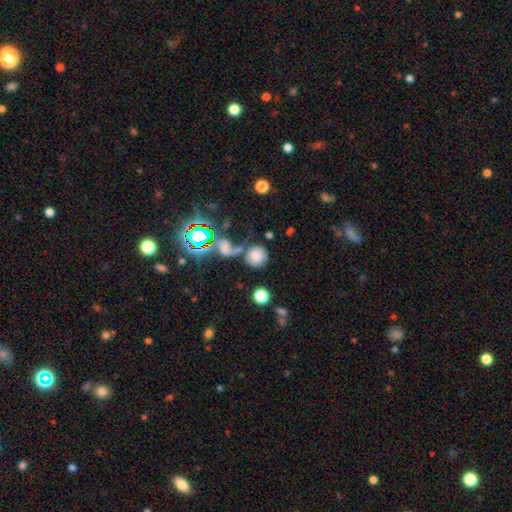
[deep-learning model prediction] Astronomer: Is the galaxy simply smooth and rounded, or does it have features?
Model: smooth — 65%.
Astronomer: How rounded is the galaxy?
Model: round — 86%.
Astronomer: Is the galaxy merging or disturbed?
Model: none — 44% (runner-up: merger, 31%).